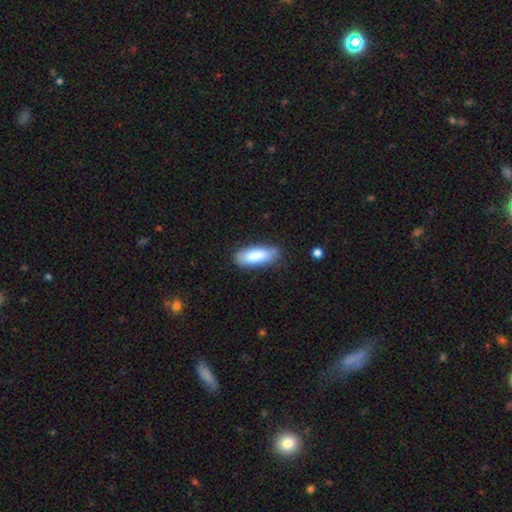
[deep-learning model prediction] smooth_or_featured: smooth (p=0.84) [alt: featured or disk p=0.10]
how_rounded: in between (p=0.73) [alt: cigar-shaped p=0.25]
merging: none (p=0.78) [alt: minor disturbance p=0.17]